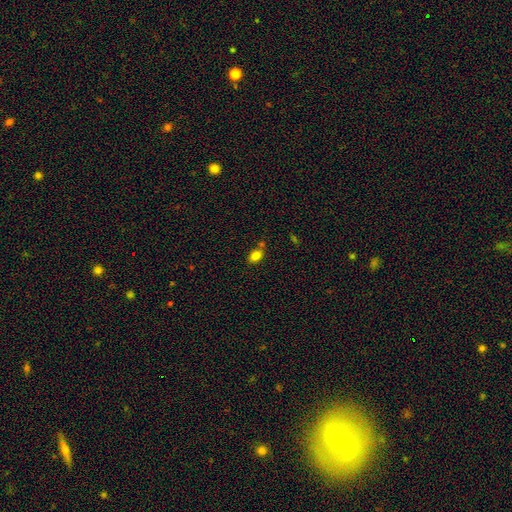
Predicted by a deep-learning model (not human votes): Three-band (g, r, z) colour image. It shows a smooth galaxy with no disk features (82%) that is in between round and cigar-shaped (80%). Merging: none (62%).